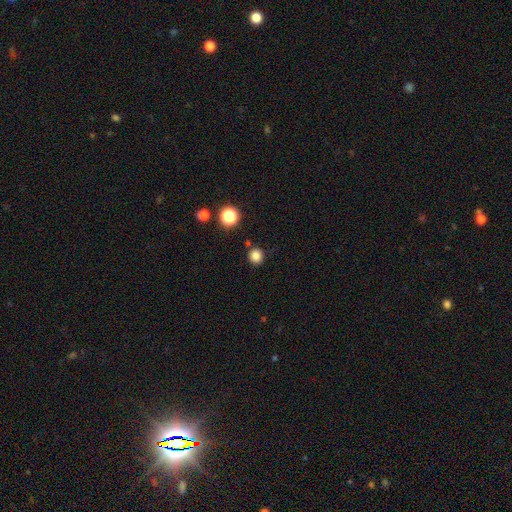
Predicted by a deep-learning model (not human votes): Smooth or featured: smooth — 83% (star or artifact — 13%)
How rounded: round — 91% (in between — 8%)
Merging: none — 86% (minor disturbance — 8%)